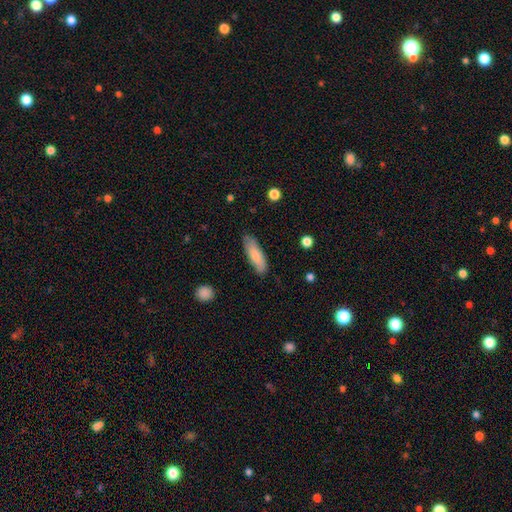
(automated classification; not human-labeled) This appears to be a smooth galaxy with no disk features (81%) that is cigar-shaped (51%). Merging: none (81%).